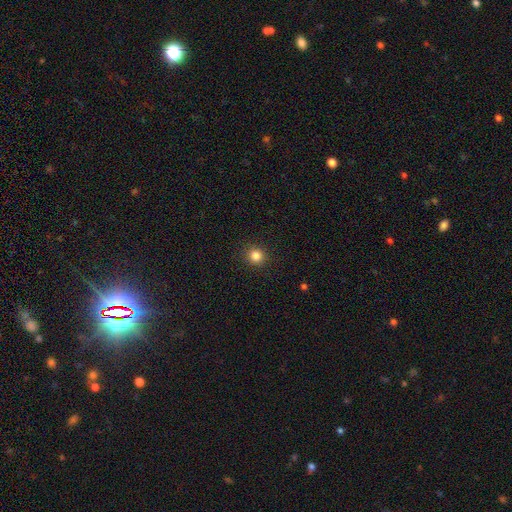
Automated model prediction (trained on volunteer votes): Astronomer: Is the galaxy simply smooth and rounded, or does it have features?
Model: smooth — 84%.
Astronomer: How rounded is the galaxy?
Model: round — 92%.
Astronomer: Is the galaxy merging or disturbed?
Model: none — 91%.